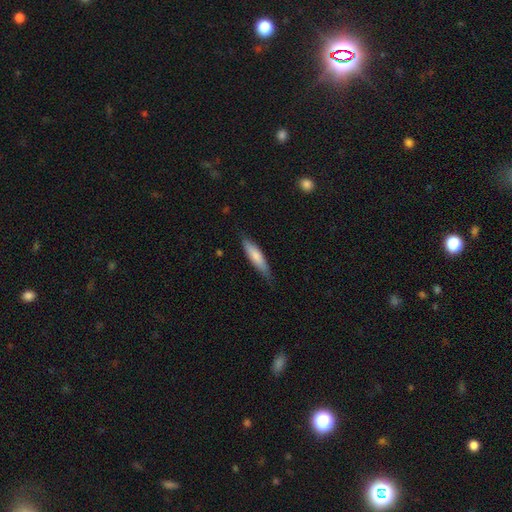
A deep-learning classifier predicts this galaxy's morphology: Overall: smooth (78%). How rounded: cigar-shaped (73%). Merging: none (73%).